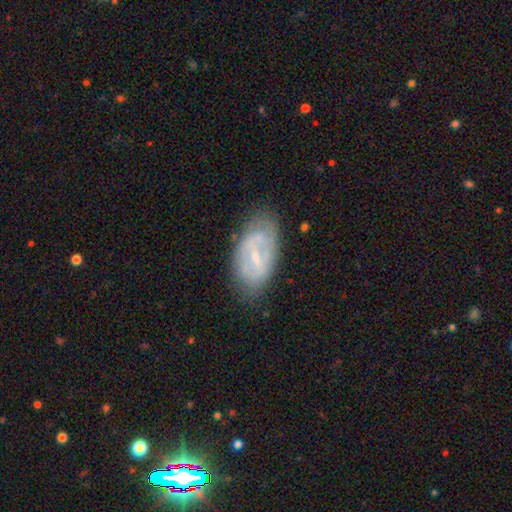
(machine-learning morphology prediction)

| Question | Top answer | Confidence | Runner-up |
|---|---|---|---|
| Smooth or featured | featured or disk | 65% | smooth (28%) |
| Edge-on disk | no | 93% | yes (7%) |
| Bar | weak | 48% | strong (35%) |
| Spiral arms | yes | 58% | no (42%) |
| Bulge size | small | 63% | moderate (24%) |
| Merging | none | 70% | minor disturbance (21%) |